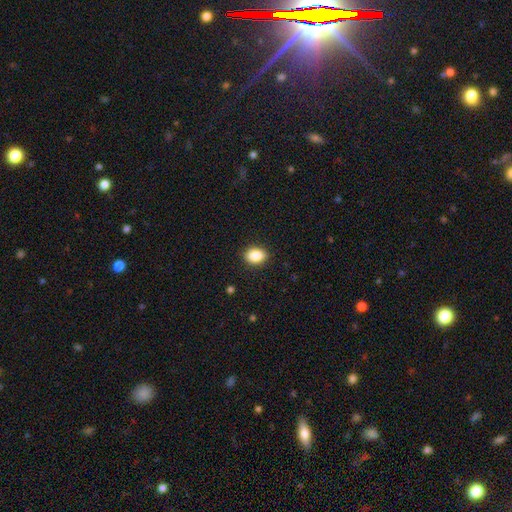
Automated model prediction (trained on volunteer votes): Overall: smooth (87%). How rounded: in between (73%). Merging: none (88%).